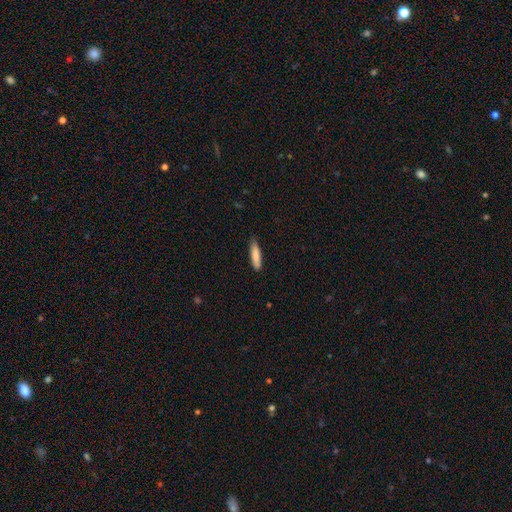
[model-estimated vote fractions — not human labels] Smooth or featured? smooth (84%)
How rounded? cigar-shaped (77%)
Merging? none (80%)